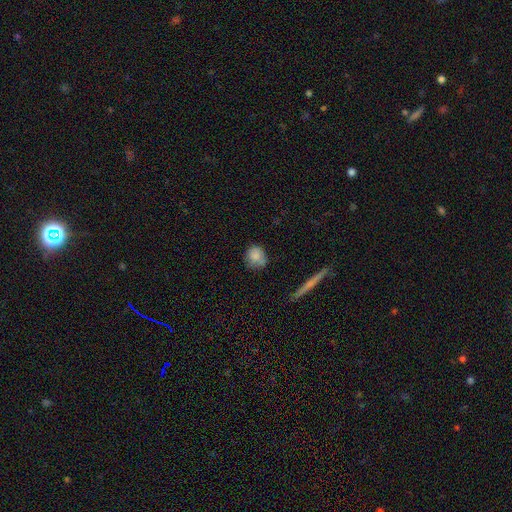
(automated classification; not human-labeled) Smooth or featured? Predicted: smooth (p=0.81). How rounded? Predicted: round (p=0.80). Merging? Predicted: none (p=0.64).